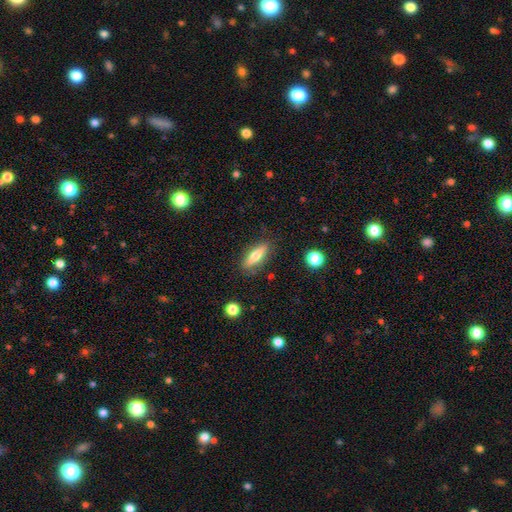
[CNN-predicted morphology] The model was most divided on "smooth or featured": smooth: 55%, featured or disk: 38%, star or artifact: 7%. More confident: merging — none (83%); how rounded — cigar-shaped (59%).